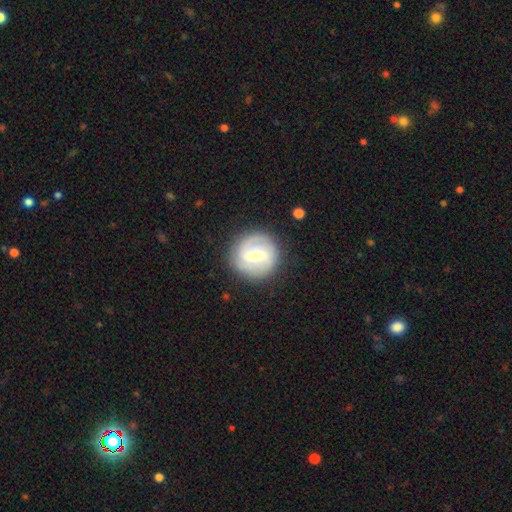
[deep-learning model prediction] This is likely a featured or disk galaxy (72%). It is clearly not viewed edge-on (97%). Bar: possibly weak (53%). Spiral arm pattern: clearly yes (89%). Spiral arm count: likely 2 (67%). Spiral winding: marginally medium (42%). Central bulge: possibly moderate (51%). Merging: clearly none (84%).